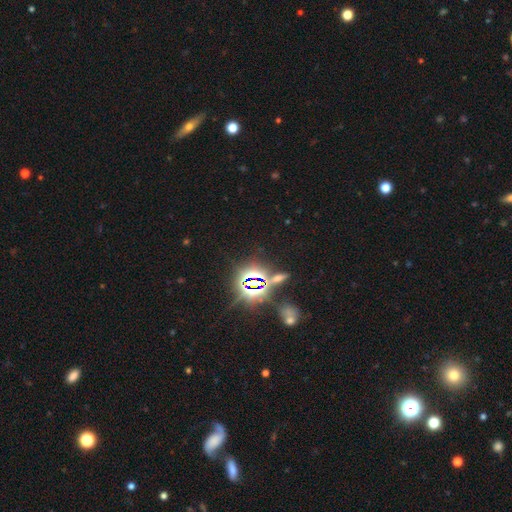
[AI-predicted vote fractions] A star or artifact, not a galaxy (77%).

Vote fractions:
- Smooth or featured? star or artifact: 77% / smooth: 15% / featured or disk: 8%